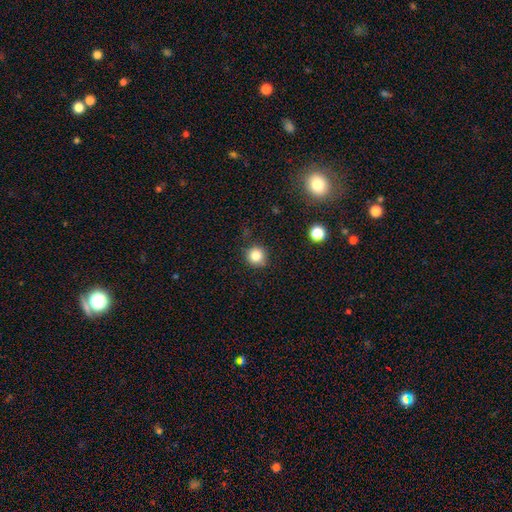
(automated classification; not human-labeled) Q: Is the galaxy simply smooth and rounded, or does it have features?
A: smooth — 83%.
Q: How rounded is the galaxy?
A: round — 93%.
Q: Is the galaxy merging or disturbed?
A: none — 87%.